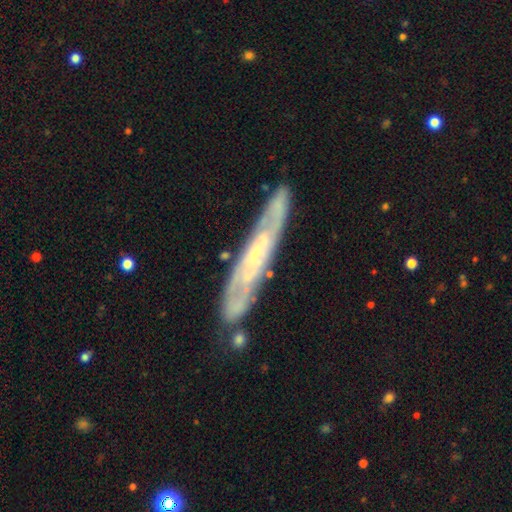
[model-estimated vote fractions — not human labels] Smooth or featured?
  - featured or disk: 76% *
  - smooth: 18%
  - star or artifact: 6%
Edge-on disk?
  - yes: 52% *
  - no: 48%
Merging?
  - none: 80% *
  - minor disturbance: 13%
  - merger: 3%
  - major disturbance: 3%